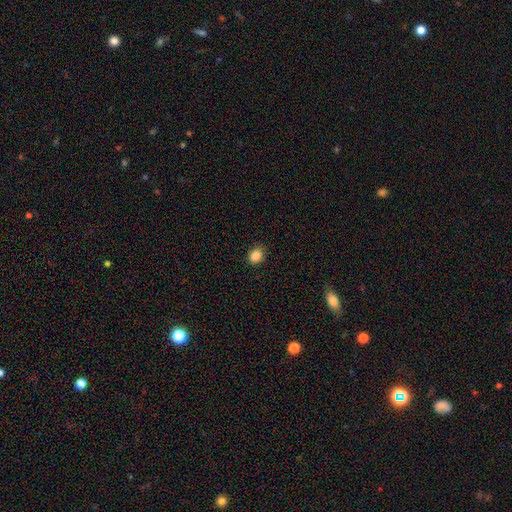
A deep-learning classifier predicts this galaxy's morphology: Overall: smooth (86%). How rounded: round (56%; in between 43%). Merging: none (88%).